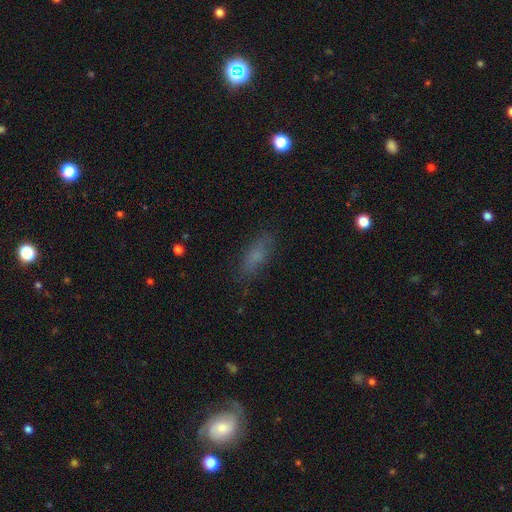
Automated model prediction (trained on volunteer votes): Morphology: type=smooth (73%); roundness=in between (61%); merging=none (78%).